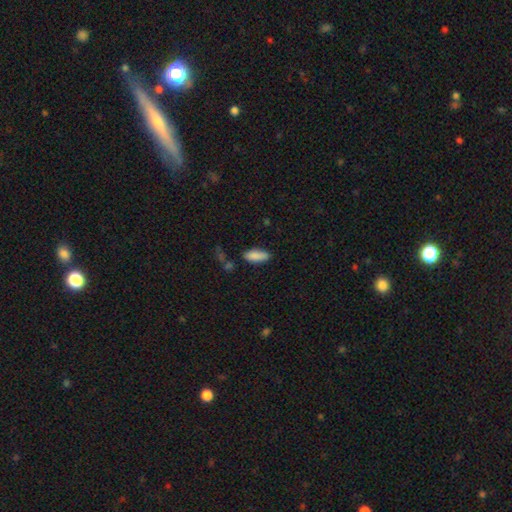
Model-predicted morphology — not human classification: type=smooth (87%); roundness=in between (75%); merging=none (78%).